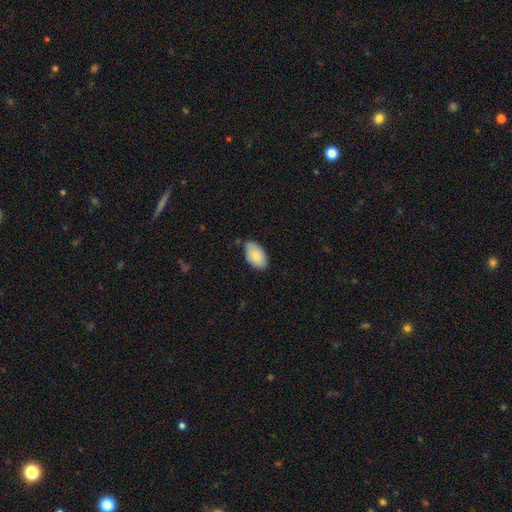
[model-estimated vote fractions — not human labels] Smooth or featured? Predicted: smooth (p=0.82). How rounded? Predicted: in between (p=0.94). Merging? Predicted: none (p=0.70).